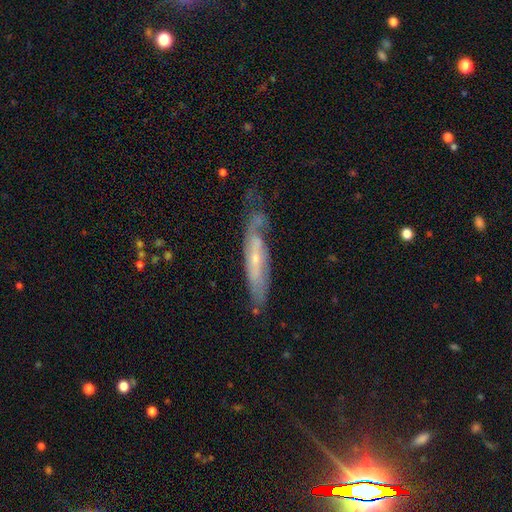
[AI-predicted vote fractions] Smooth or featured: featured or disk — 68% (smooth — 21%)
Edge-on disk: yes — 52% (no — 48%)
Merging: none — 68% (minor disturbance — 22%)